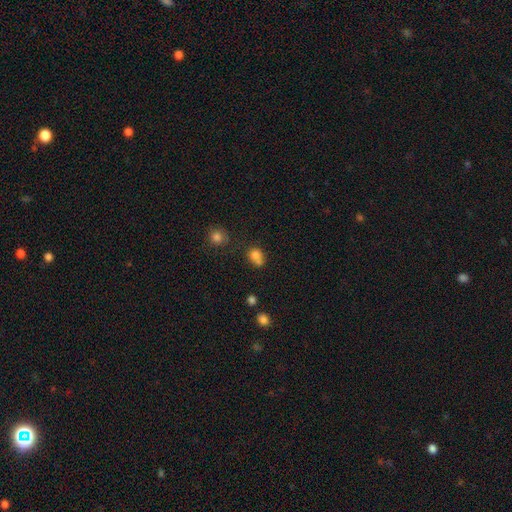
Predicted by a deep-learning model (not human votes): smooth_or_featured: smooth (p=0.77) [alt: star or artifact p=0.13]
how_rounded: round (p=0.52) [alt: in between p=0.47]
merging: none (p=0.38) [alt: merger p=0.35]